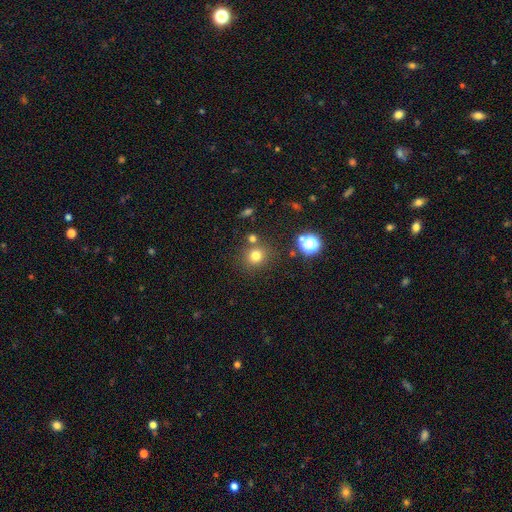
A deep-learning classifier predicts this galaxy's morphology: This appears to be a smooth galaxy with no disk features (75%) that is round (87%). Merging: none (76%).